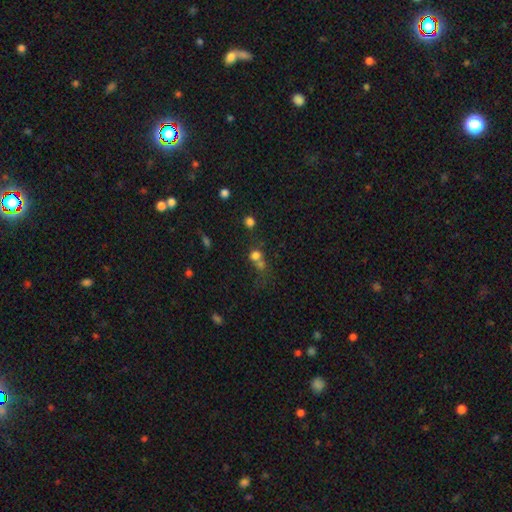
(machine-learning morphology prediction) smooth 70%, star or artifact 18%, featured or disk 12%. Down the decision tree: how rounded — round (76%); merging — merger (48%).